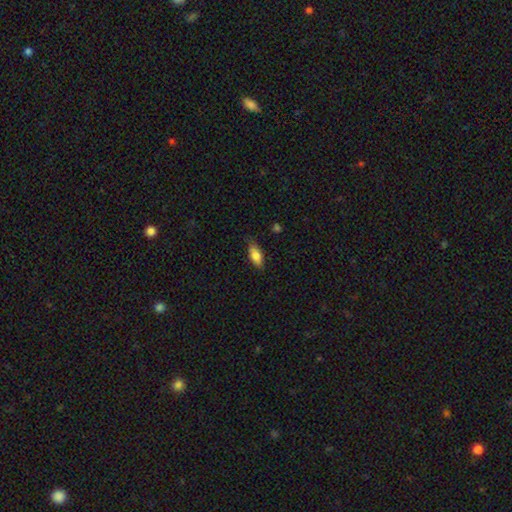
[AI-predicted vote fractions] Smooth or featured: smooth — 78% (featured or disk — 14%)
How rounded: in between — 81% (cigar-shaped — 16%)
Merging: none — 77% (minor disturbance — 19%)